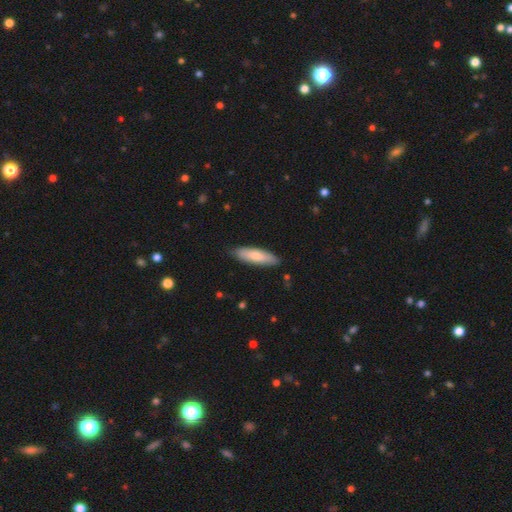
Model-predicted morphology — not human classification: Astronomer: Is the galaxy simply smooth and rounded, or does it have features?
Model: smooth — 77%.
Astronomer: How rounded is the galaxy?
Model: cigar-shaped — 52% (runner-up: in between, 46%).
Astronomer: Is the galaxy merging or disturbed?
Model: none — 85%.